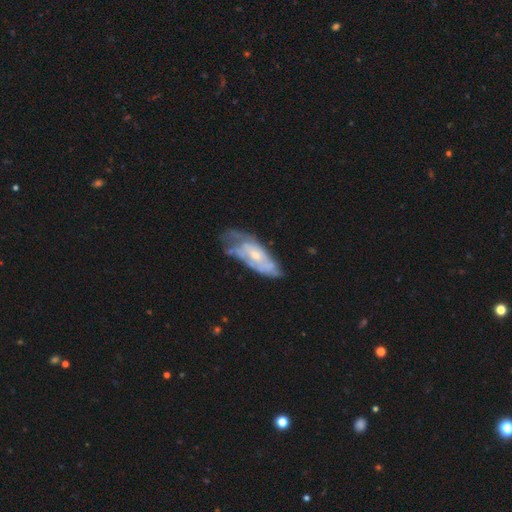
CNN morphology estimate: Smooth or featured: featured or disk — 68% (smooth — 25%)
Edge-on disk: no — 87% (yes — 13%)
Bar: no — 71% (weak — 24%)
Spiral arms: yes — 64% (no — 36%)
Bulge size: small — 50% (moderate — 43%)
Merging: none — 43% (minor disturbance — 32%)